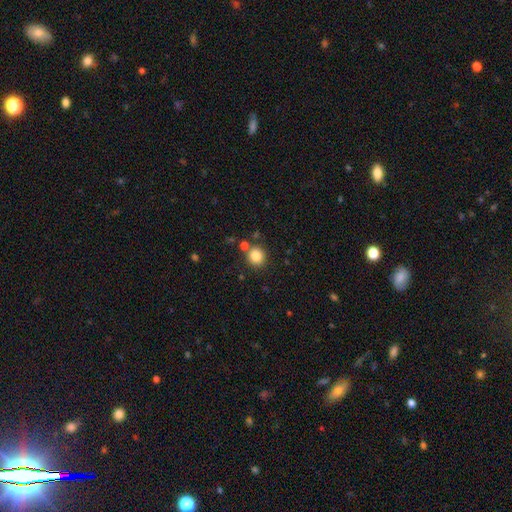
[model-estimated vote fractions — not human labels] This is clearly a smooth galaxy (84%). How rounded: clearly round (87%). Merging: likely none (79%).